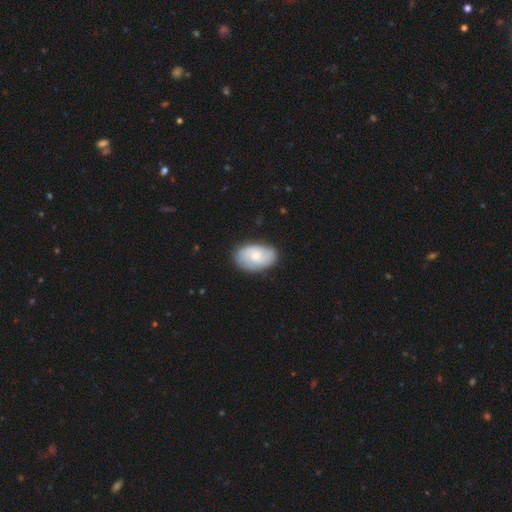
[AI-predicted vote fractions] featured or disk 49%, smooth 45%, star or artifact 6%. Down the decision tree: merging — none (77%).